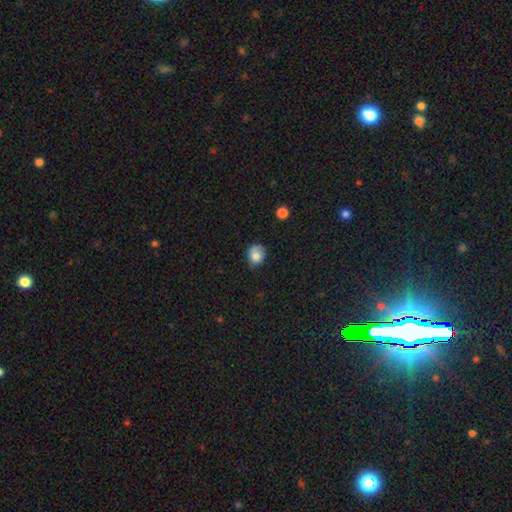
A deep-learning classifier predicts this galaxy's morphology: Q: Smooth or featured?
A: smooth (81%); runner-up: featured or disk (10%)
Q: How rounded?
A: round (73%); runner-up: in between (26%)
Q: Merging?
A: none (59%); runner-up: minor disturbance (32%)